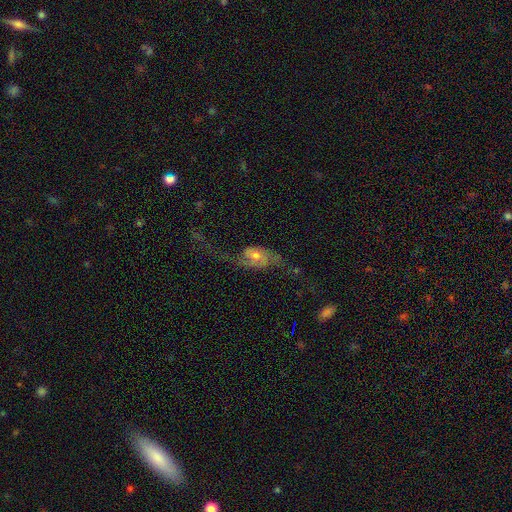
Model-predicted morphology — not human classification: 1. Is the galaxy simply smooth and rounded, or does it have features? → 73% featured or disk, 18% smooth, 9% star or artifact.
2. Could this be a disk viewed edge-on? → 93% no, 7% yes.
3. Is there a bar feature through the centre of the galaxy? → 59% no, 33% weak, 8% strong.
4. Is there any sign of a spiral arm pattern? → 87% yes, 13% no.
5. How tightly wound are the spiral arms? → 75% loose, 19% medium, 7% tight.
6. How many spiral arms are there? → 85% 2, 6% 1, 5% can't tell, 2% 3, 1% 4, 1% more than 4.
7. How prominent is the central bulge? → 47% moderate, 44% small, 4% large, 4% none, 2% dominant.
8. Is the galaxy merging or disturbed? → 41% none, 39% major disturbance, 16% minor disturbance, 4% merger.